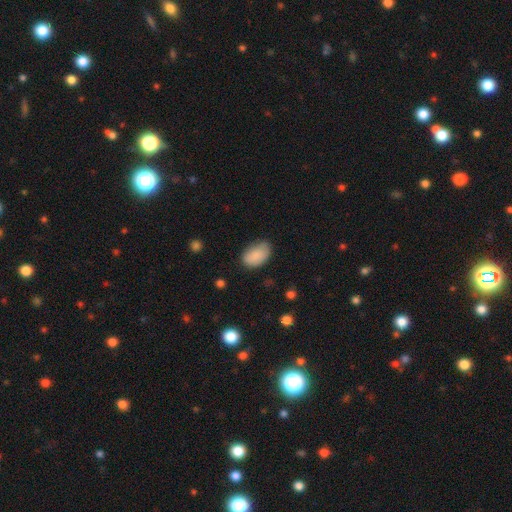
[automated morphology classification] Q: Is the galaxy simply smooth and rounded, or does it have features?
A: smooth — 87%.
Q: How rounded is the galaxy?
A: in between — 92%.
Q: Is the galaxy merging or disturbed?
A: none — 68%.